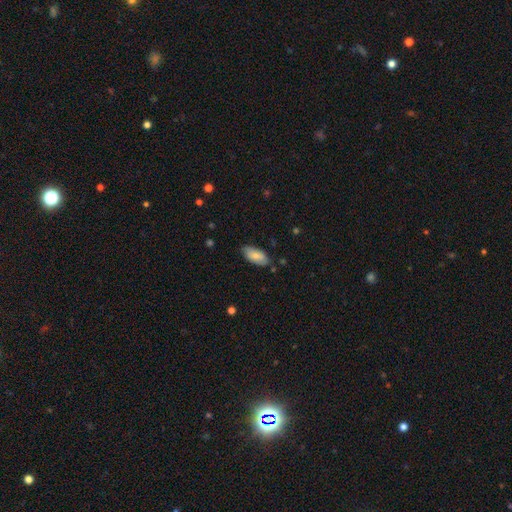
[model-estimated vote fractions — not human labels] The model was most divided on "smooth or featured": smooth: 77%, featured or disk: 17%, star or artifact: 6%. More confident: how rounded — in between (89%); merging — none (79%).